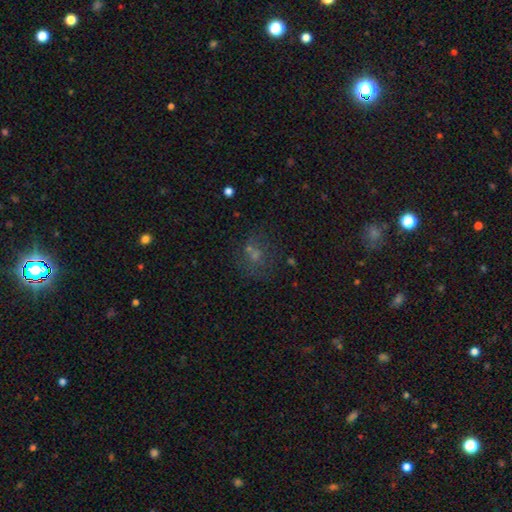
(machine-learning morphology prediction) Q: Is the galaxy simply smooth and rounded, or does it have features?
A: smooth — 44%.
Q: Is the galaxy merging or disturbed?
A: none — 53%.